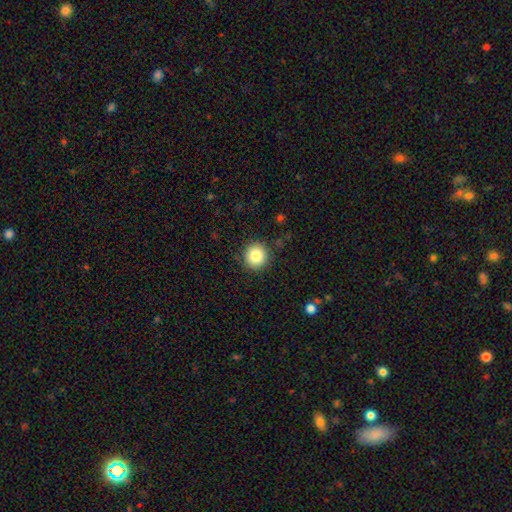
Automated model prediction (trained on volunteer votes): Smooth or featured? Predicted: smooth (p=0.83). How rounded? Predicted: round (p=0.93). Merging? Predicted: none (p=0.89).